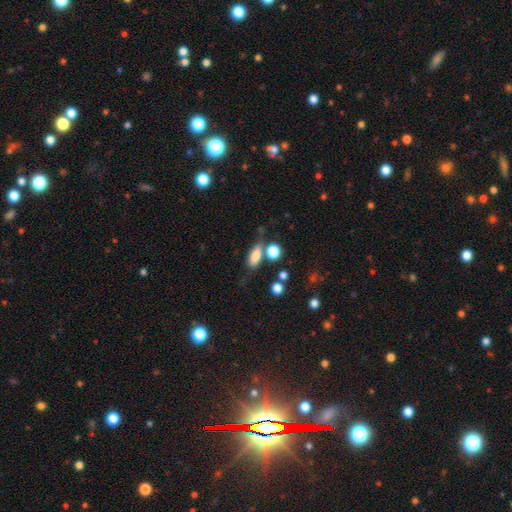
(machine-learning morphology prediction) This appears to be a smooth galaxy with no disk features (79%) that is in between round and cigar-shaped (76%). Merging: none (56%).